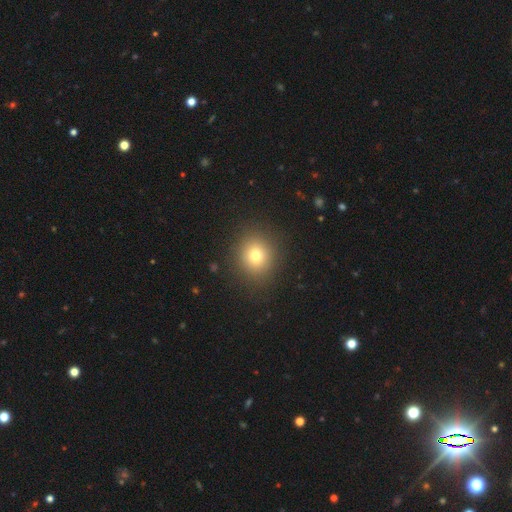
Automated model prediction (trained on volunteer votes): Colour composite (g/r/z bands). It shows a smooth galaxy with no disk features (75%) that is round (84%). Merging: none (89%).